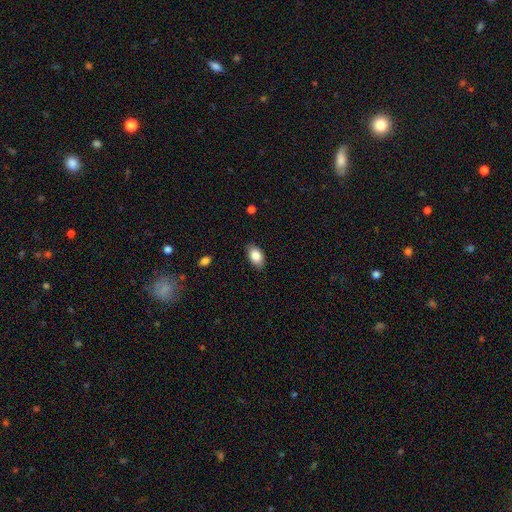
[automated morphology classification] A smooth galaxy with no disk features (85%) that is in between round and cigar-shaped (92%).

Vote fractions:
- Smooth or featured? smooth: 85% / featured or disk: 8% / star or artifact: 7%
- How rounded? in between: 92% / round: 7% / cigar-shaped: 2%
- Merging? none: 85% / minor disturbance: 12% / major disturbance: 2% / merger: 1%